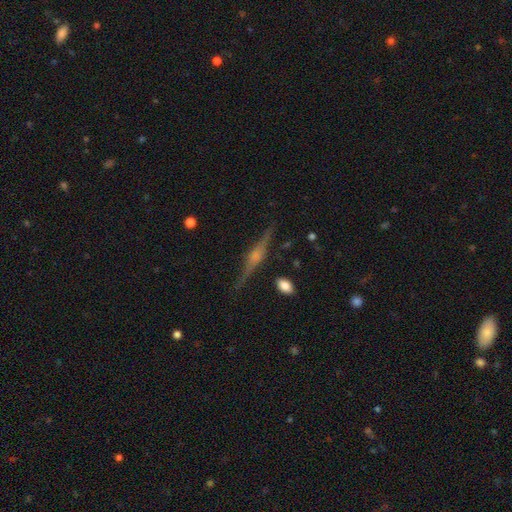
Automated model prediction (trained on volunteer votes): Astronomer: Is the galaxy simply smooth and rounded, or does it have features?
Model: featured or disk — 83%.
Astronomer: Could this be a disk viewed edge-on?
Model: yes — 98%.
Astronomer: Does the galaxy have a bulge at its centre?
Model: rounded — 80%.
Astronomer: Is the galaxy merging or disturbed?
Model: none — 88%.